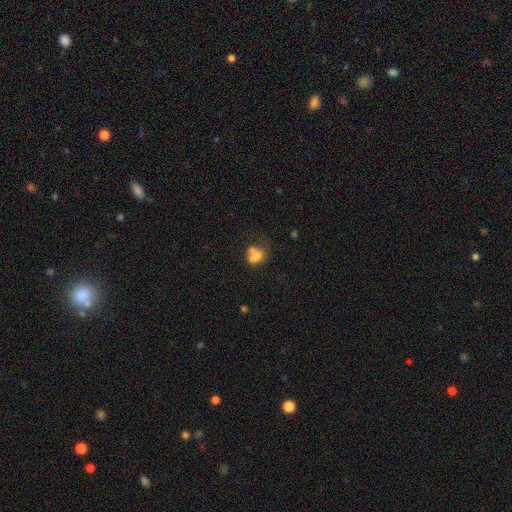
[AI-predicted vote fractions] Smooth or featured? Predicted: smooth (p=0.67). How rounded? Predicted: round (p=0.51). Merging? Predicted: merger (p=0.50).